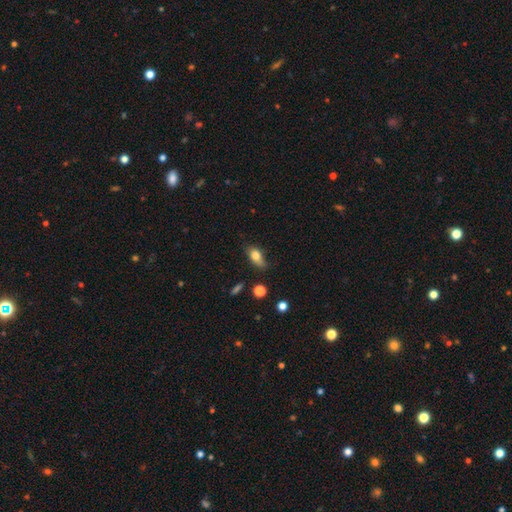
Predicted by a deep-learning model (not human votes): The model was most divided on "merging": none: 53%, minor disturbance: 34%, major disturbance: 10%, merger: 3%. More confident: how rounded — in between (81%); smooth or featured — smooth (78%).